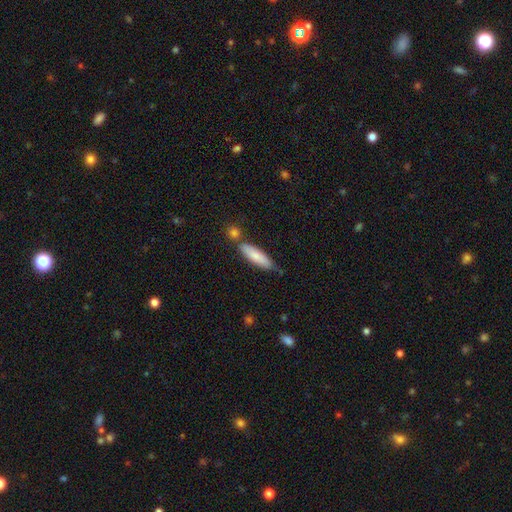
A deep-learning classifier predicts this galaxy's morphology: Smooth or featured? smooth (80%)
How rounded? cigar-shaped (63%)
Merging? none (69%)